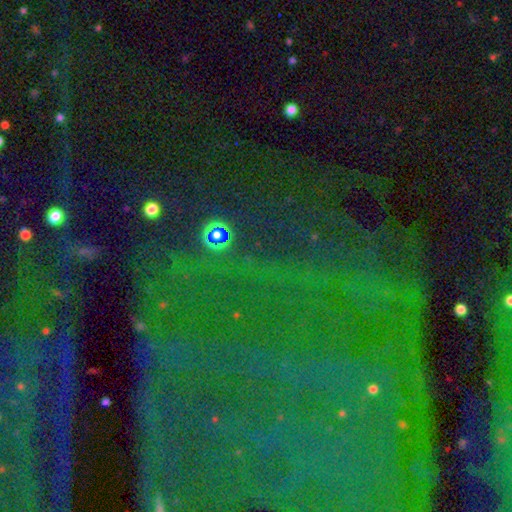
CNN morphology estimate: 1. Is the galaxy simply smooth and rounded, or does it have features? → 82% star or artifact, 9% featured or disk, 9% smooth.